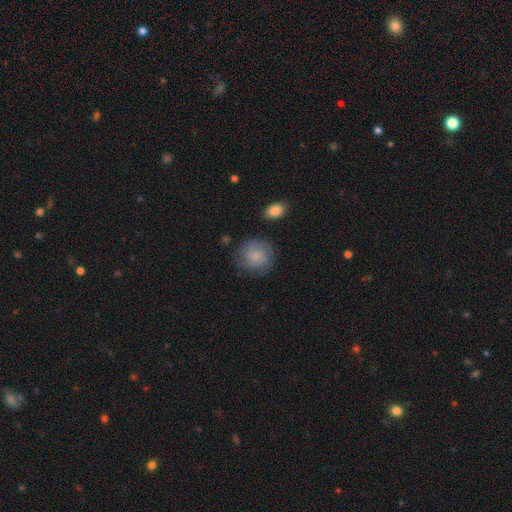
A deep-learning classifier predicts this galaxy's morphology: smooth 66%, featured or disk 26%, star or artifact 8%. Down the decision tree: how rounded — round (86%); merging — none (73%).